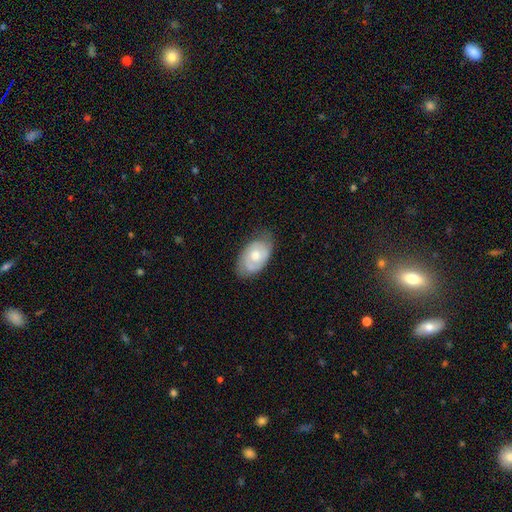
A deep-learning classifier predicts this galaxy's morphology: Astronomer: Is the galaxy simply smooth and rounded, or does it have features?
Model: featured or disk — 55% (runner-up: smooth, 39%).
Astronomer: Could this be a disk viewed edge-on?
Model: no — 94%.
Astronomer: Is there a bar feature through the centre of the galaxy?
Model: no — 75%.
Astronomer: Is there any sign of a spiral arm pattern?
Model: yes — 76%.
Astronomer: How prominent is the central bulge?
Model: moderate — 69%.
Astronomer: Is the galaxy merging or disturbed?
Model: none — 67%.